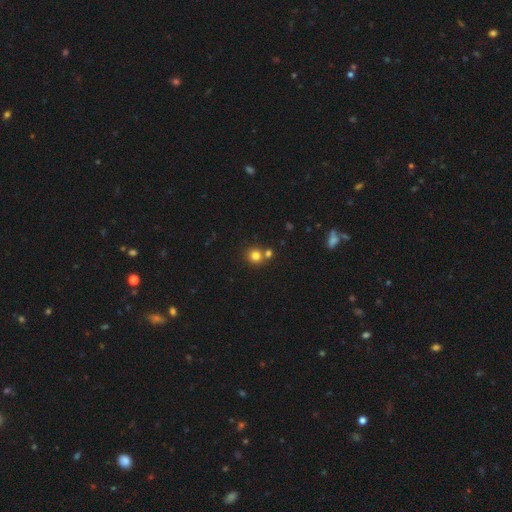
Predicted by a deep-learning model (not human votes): Smooth or featured? smooth (80%)
How rounded? round (89%)
Merging? none (65%)